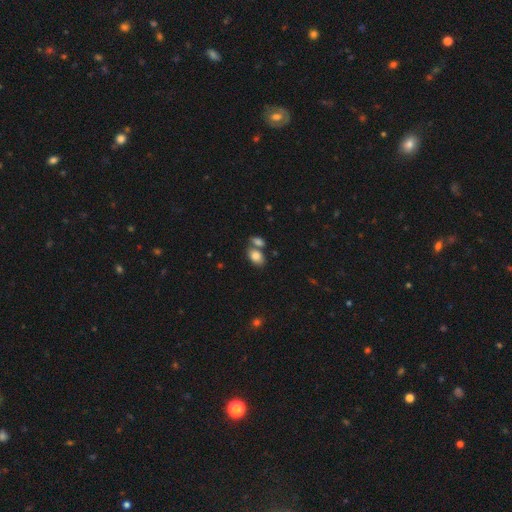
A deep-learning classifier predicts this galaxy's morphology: A smooth galaxy with no disk features (83%) that is in between round and cigar-shaped (87%). Merging: none (48%).